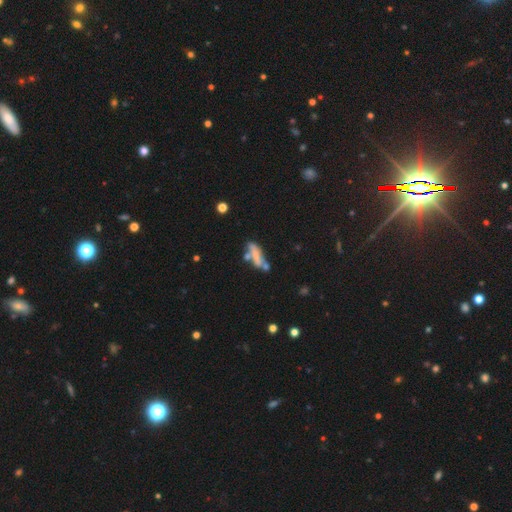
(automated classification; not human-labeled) Smooth or featured: smooth — 48% (featured or disk — 44%)
Merging: none — 41% (merger — 28%)